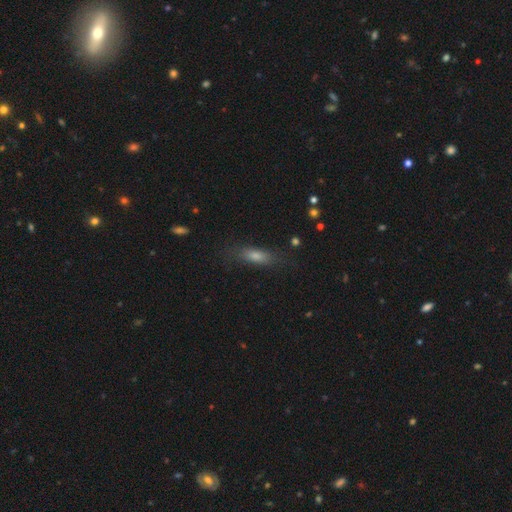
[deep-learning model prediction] smooth 64%, featured or disk 21%, star or artifact 15%. Down the decision tree: how rounded — cigar-shaped (52%); merging — none (77%).